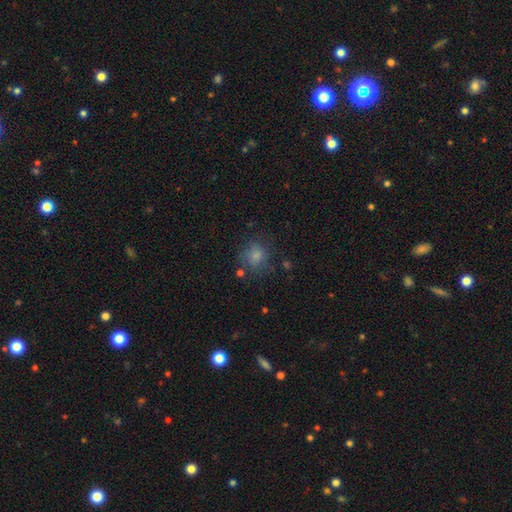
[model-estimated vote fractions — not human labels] smooth-or-featured: smooth: 79% | star or artifact: 13% | featured or disk: 9%
  how-rounded: round: 81% | in between: 18% | cigar-shaped: 1%
  merging: none: 70% | minor disturbance: 17% | major disturbance: 9% | merger: 4%